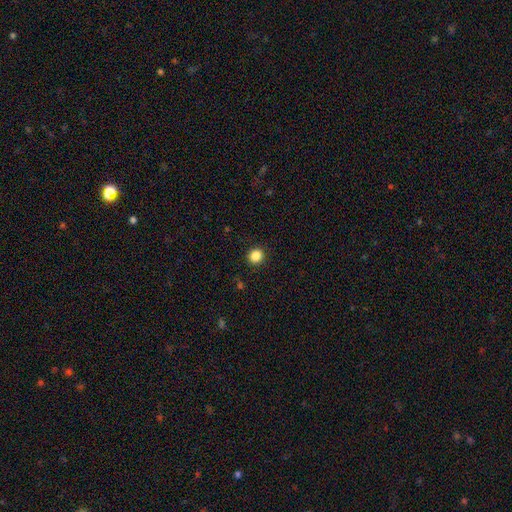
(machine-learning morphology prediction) Overall: smooth (85%). How rounded: round (89%). Merging: none (92%).